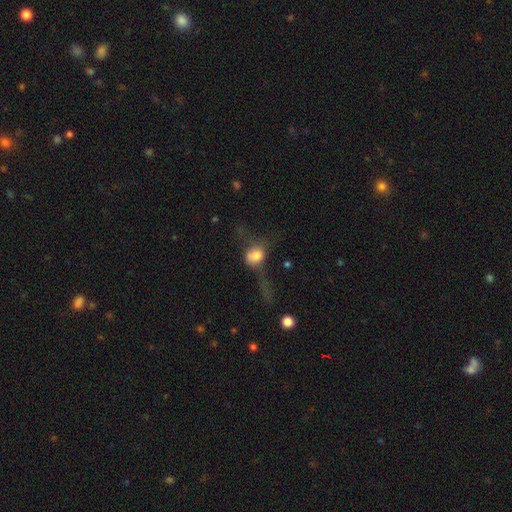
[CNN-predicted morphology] A smooth galaxy with no disk features (60%) that is round (51%).

Vote fractions:
- Smooth or featured? smooth: 60% / featured or disk: 29% / star or artifact: 11%
- How rounded? round: 51% / in between: 45% / cigar-shaped: 4%
- Merging? major disturbance: 44% / none: 26% / minor disturbance: 18% / merger: 13%